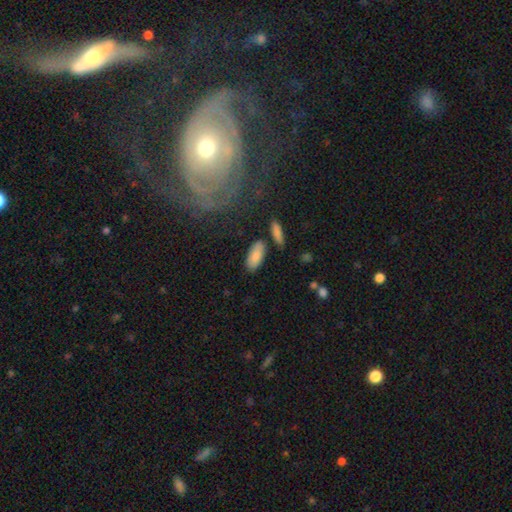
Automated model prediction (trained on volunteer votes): Overall: smooth (86%). How rounded: in between (87%). Merging: none (78%).